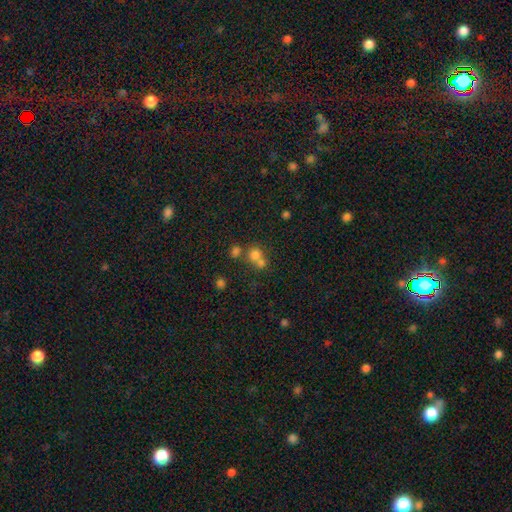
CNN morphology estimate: Overall: smooth (69%). How rounded: round (84%). Merging: merger (50%; none 41%).